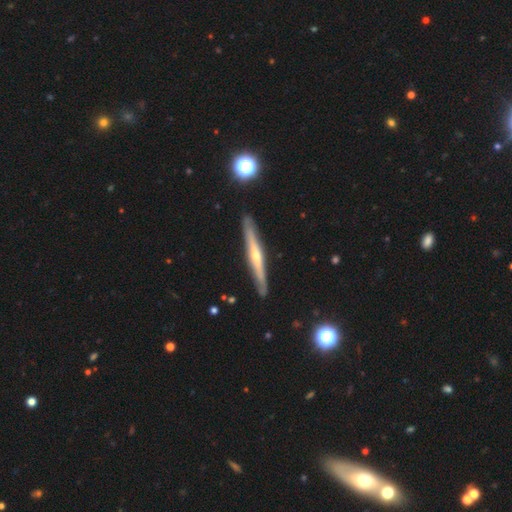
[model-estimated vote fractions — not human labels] Smooth or featured: featured or disk — 70% (smooth — 24%)
Edge-on disk: yes — 96% (no — 4%)
Edge-on bulge: rounded — 70% (none — 25%)
Merging: none — 89% (minor disturbance — 8%)